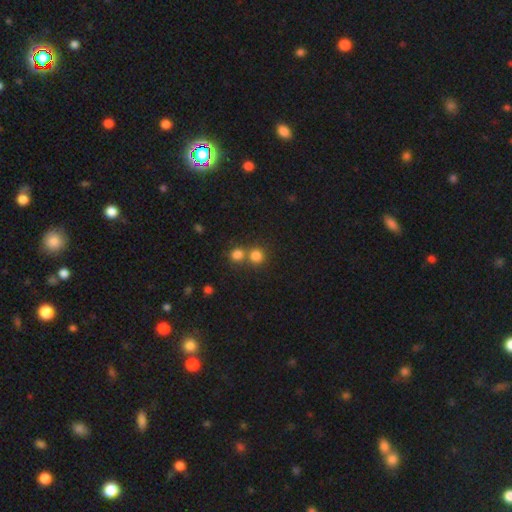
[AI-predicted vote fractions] smooth_or_featured: smooth (p=0.80) [alt: star or artifact p=0.14]
how_rounded: round (p=0.90) [alt: in between p=0.09]
merging: none (p=0.57) [alt: merger p=0.34]